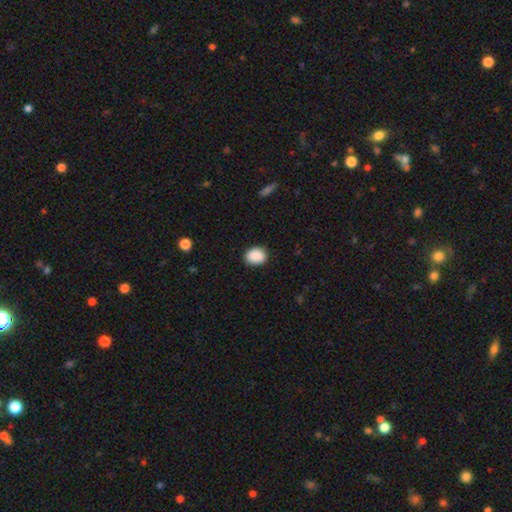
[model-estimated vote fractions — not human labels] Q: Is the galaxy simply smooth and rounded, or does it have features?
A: smooth — 90%.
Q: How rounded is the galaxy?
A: in between — 58%.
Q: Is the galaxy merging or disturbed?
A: none — 87%.